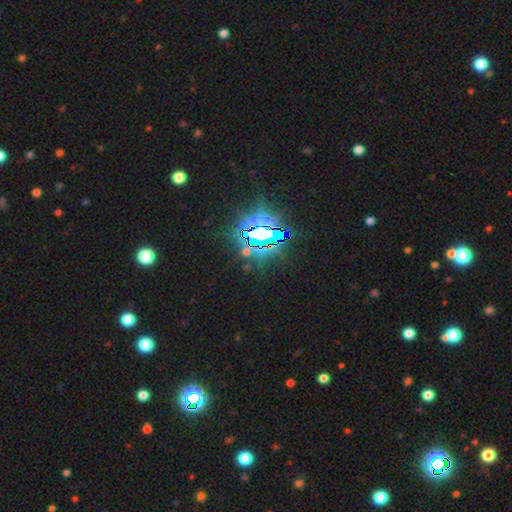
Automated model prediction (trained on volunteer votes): smooth-or-featured: star or artifact: 86% | smooth: 8% | featured or disk: 6%